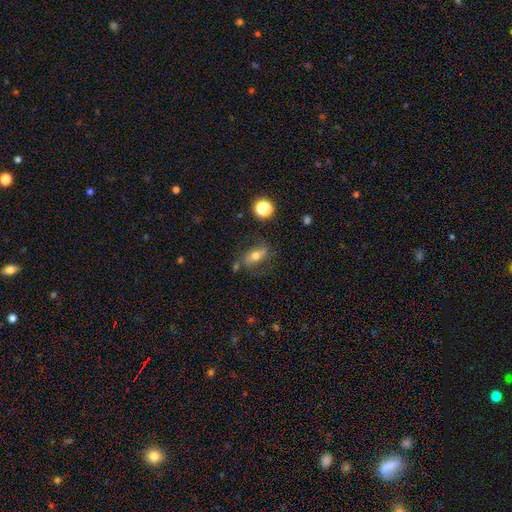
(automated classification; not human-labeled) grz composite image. It shows a smooth galaxy with no disk features (52%) that is in between round and cigar-shaped (70%). Merging: none (65%).